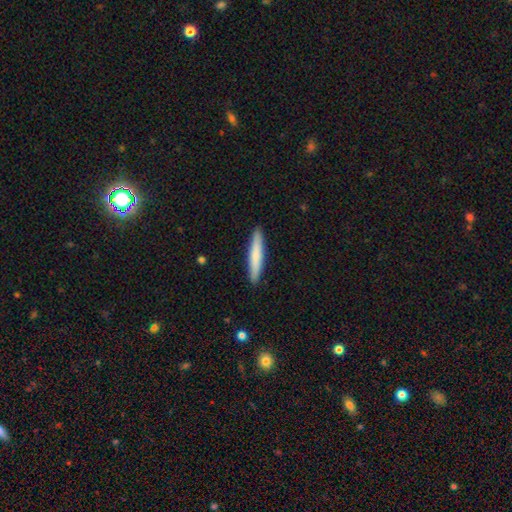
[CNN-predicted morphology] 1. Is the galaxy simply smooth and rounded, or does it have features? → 75% smooth, 20% featured or disk, 5% star or artifact.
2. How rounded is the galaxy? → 93% cigar-shaped, 6% in between, 1% round.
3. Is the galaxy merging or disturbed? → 91% none, 6% minor disturbance, 1% major disturbance, 1% merger.